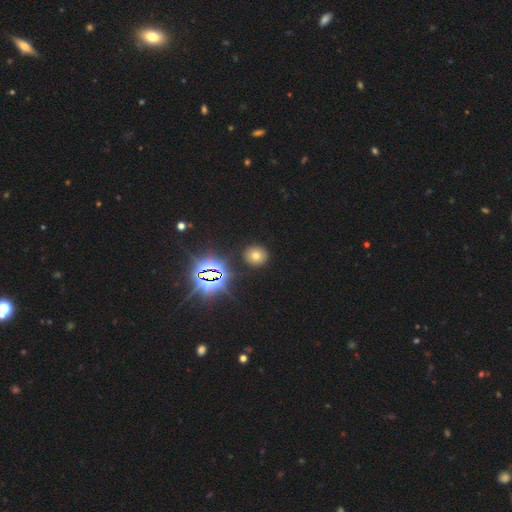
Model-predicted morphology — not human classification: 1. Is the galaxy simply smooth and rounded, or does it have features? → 61% smooth, 28% star or artifact, 10% featured or disk.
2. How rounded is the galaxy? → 83% round, 16% in between, 1% cigar-shaped.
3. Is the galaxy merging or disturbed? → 89% none, 7% minor disturbance, 2% major disturbance, 2% merger.